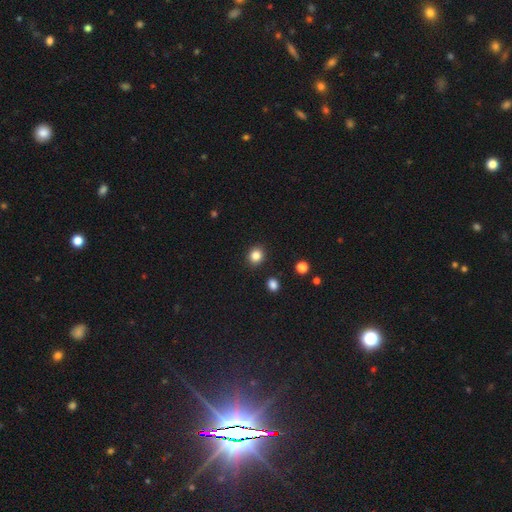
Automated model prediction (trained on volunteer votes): Smooth or featured: smooth — 84% (star or artifact — 11%)
How rounded: round — 81% (in between — 18%)
Merging: none — 90% (minor disturbance — 6%)